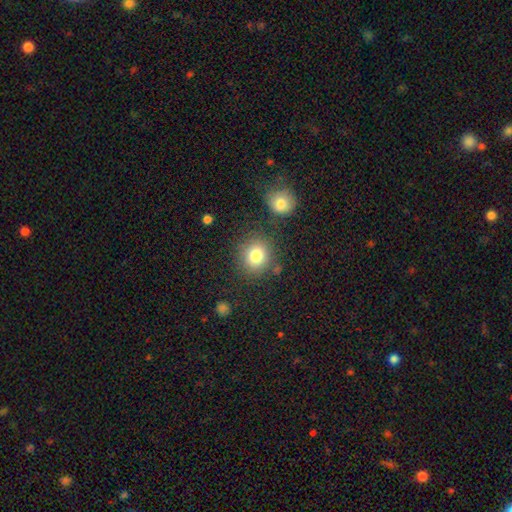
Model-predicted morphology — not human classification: This is clearly a smooth galaxy (81%). How rounded: clearly round (80%). Merging: likely none (79%).